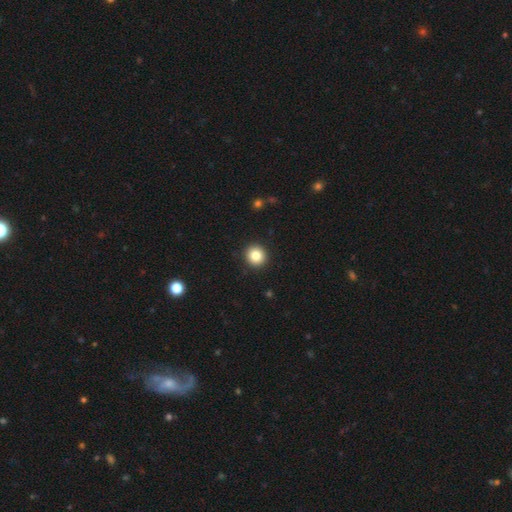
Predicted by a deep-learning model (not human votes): The model was most divided on "smooth or featured": smooth: 83%, star or artifact: 10%, featured or disk: 7%. More confident: merging — none (93%); how rounded — round (93%).